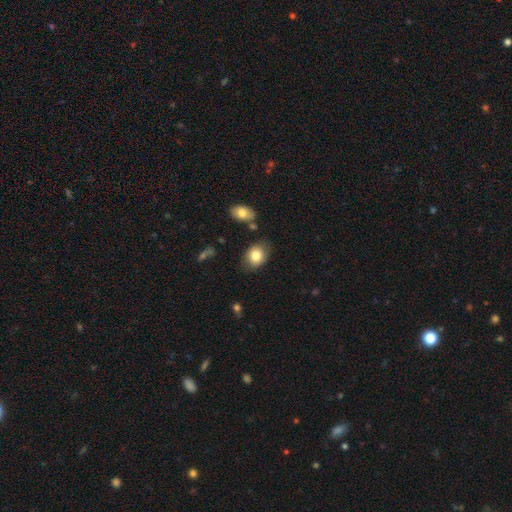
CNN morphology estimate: smooth_or_featured: smooth (p=0.81) [alt: featured or disk p=0.10]
how_rounded: in between (p=0.66) [alt: round p=0.33]
merging: none (p=0.75) [alt: minor disturbance p=0.17]